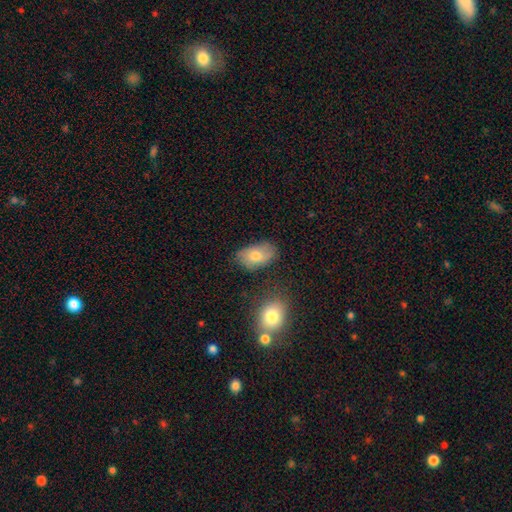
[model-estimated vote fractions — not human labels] This is likely a smooth galaxy (71%). How rounded: clearly in between (90%). Merging: likely none (66%).